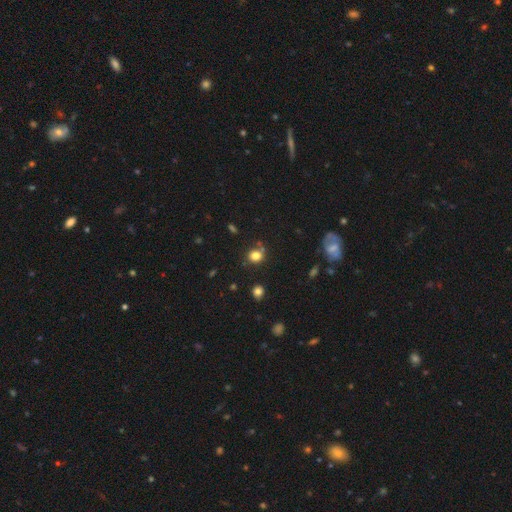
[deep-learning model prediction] Smooth or featured: smooth — 79% (star or artifact — 14%)
How rounded: round — 79% (in between — 20%)
Merging: none — 74% (minor disturbance — 14%)